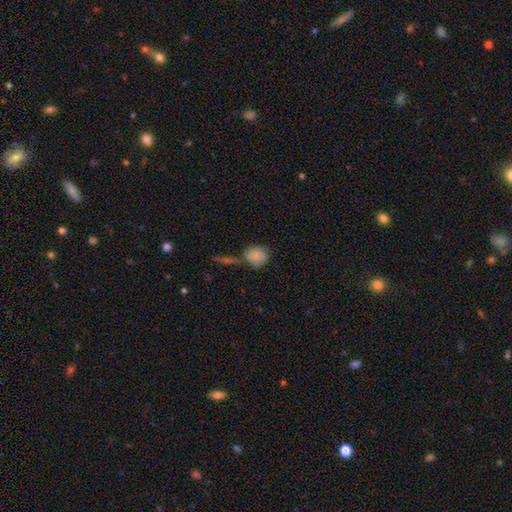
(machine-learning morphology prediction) Smooth or featured? Predicted: smooth (p=0.80). How rounded? Predicted: round (p=0.72). Merging? Predicted: none (p=0.51).